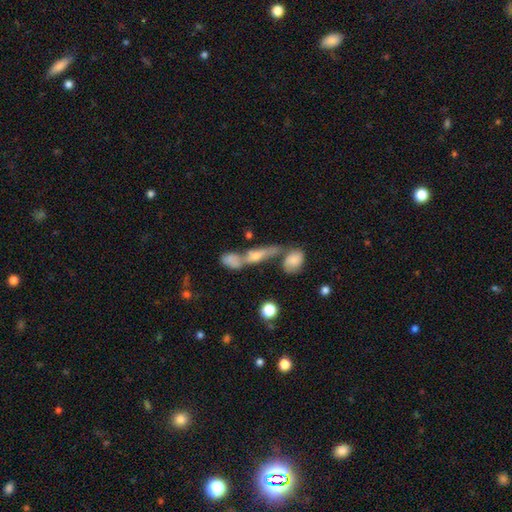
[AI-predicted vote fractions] Smooth or featured?
  - featured or disk: 45% *
  - smooth: 40%
  - star or artifact: 15%
Merging?
  - merger: 43% *
  - none: 36%
  - minor disturbance: 12%
  - major disturbance: 9%